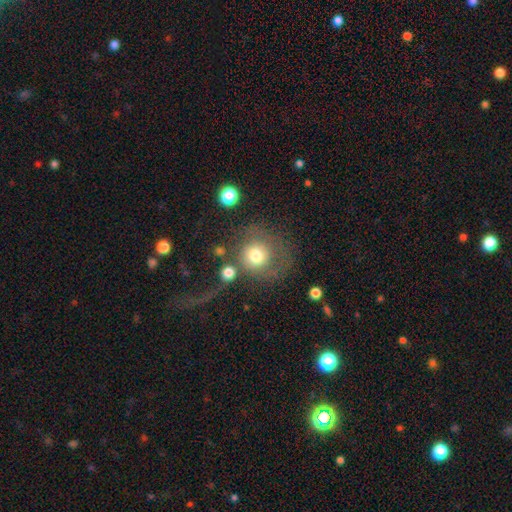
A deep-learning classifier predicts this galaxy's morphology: A smooth galaxy with no disk features (70%) that is round (84%).

Vote fractions:
- Smooth or featured? smooth: 70% / featured or disk: 19% / star or artifact: 11%
- How rounded? round: 84% / in between: 15% / cigar-shaped: 1%
- Merging? none: 43% / major disturbance: 24% / minor disturbance: 17% / merger: 15%